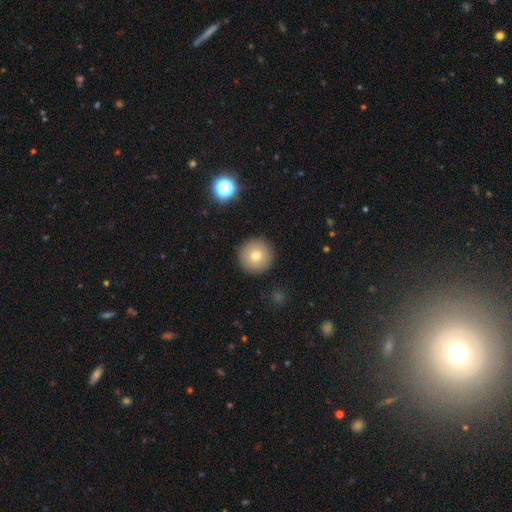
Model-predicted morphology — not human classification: smooth 77%, featured or disk 13%, star or artifact 10%. Down the decision tree: how rounded — round (96%); merging — none (92%).